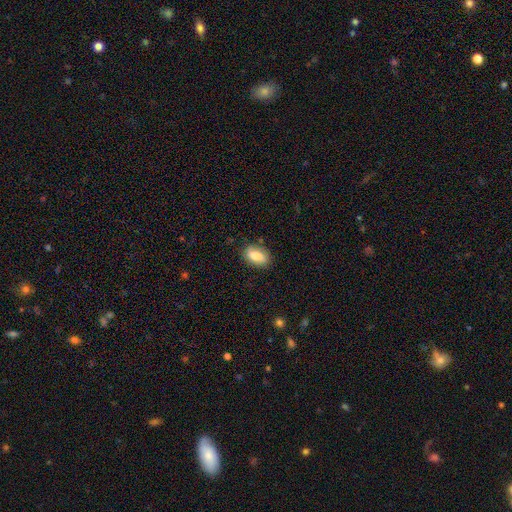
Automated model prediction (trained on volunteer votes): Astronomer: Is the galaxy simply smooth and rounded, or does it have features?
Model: smooth — 77%.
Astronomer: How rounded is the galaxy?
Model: in between — 88%.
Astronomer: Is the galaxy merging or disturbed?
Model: none — 81%.